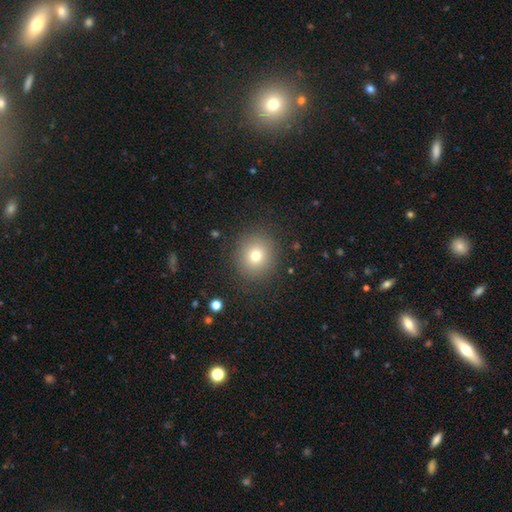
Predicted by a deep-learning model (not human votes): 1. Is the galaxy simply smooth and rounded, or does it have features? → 74% smooth, 15% star or artifact, 12% featured or disk.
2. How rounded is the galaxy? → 88% round, 11% in between, 1% cigar-shaped.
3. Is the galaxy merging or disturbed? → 87% none, 8% minor disturbance, 4% major disturbance, 1% merger.